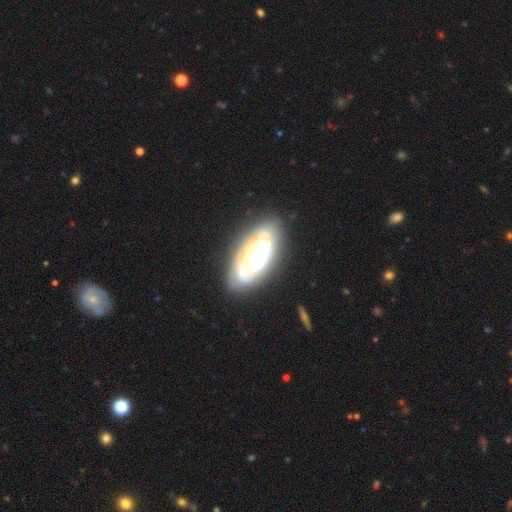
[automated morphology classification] Q: Smooth or featured?
A: featured or disk (73%); runner-up: smooth (21%)
Q: Edge-on disk?
A: no (89%); runner-up: yes (11%)
Q: Bar?
A: no (79%); runner-up: weak (14%)
Q: Spiral arms?
A: yes (76%); runner-up: no (24%)
Q: Bulge size?
A: large (48%); runner-up: moderate (30%)
Q: Merging?
A: none (73%); runner-up: minor disturbance (18%)